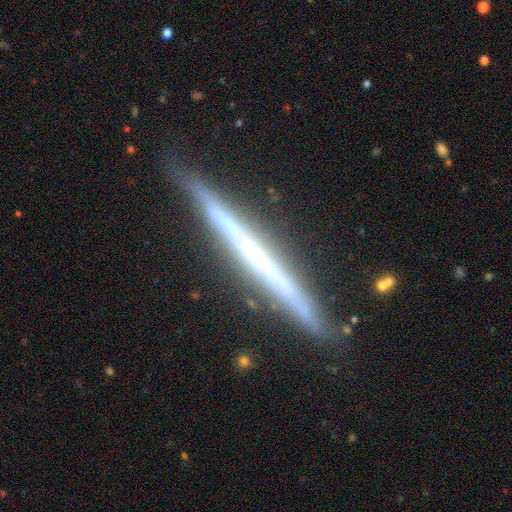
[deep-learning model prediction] Smooth or featured? featured or disk (77%)
Edge-on disk? yes (97%)
Edge-on bulge? none (71%)
Merging? none (87%)